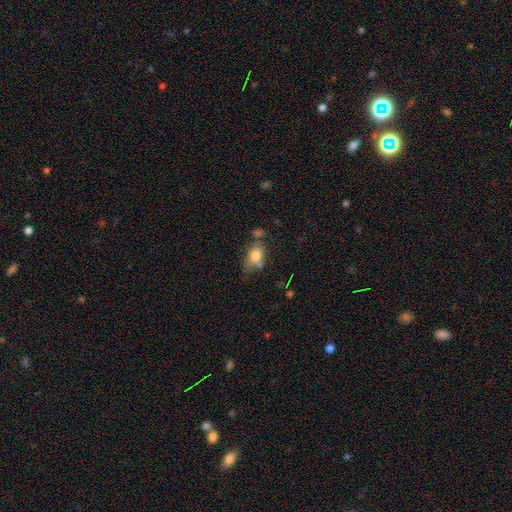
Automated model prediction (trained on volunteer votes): Morphology: type=smooth (77%); roundness=in between (79%); merging=none (46%).